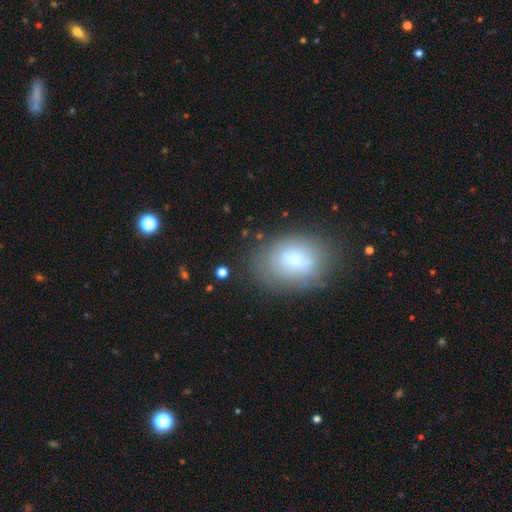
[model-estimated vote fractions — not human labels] smooth-or-featured: smooth: 70% | featured or disk: 18% | star or artifact: 12%
  how-rounded: in between: 79% | round: 19% | cigar-shaped: 1%
  merging: none: 77% | minor disturbance: 16% | major disturbance: 5% | merger: 2%